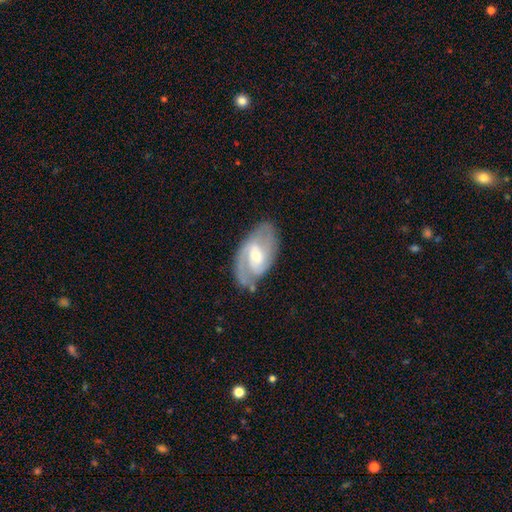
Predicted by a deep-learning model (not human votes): Q: Smooth or featured?
A: featured or disk (82%); runner-up: smooth (13%)
Q: Edge-on disk?
A: no (95%); runner-up: yes (5%)
Q: Bar?
A: weak (50%); runner-up: no (28%)
Q: Spiral arms?
A: yes (93%); runner-up: no (7%)
Q: Spiral winding?
A: medium (48%); runner-up: tight (38%)
Q: Spiral arm count?
A: 2 (73%); runner-up: can't tell (11%)
Q: Bulge size?
A: small (49%); runner-up: moderate (47%)
Q: Merging?
A: none (73%); runner-up: minor disturbance (18%)